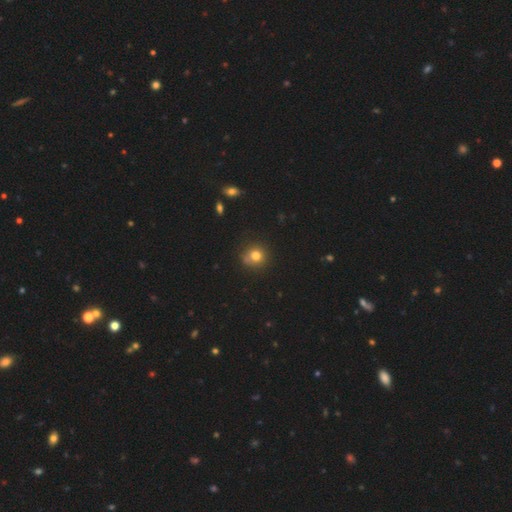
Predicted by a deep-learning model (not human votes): smooth 77%, star or artifact 14%, featured or disk 8%. Down the decision tree: how rounded — round (88%); merging — none (74%).